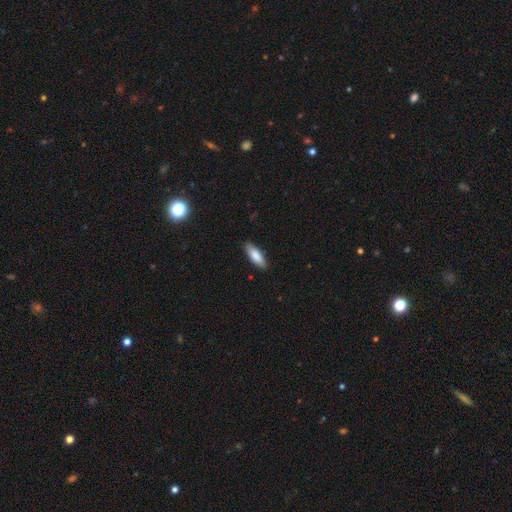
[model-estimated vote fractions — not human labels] smooth-or-featured: smooth: 84% | featured or disk: 11% | star or artifact: 6%
  how-rounded: in between: 58% | cigar-shaped: 40% | round: 2%
  merging: none: 87% | minor disturbance: 10% | major disturbance: 2% | merger: 1%